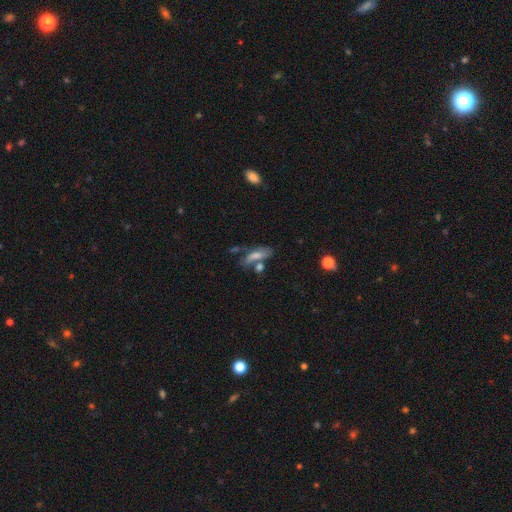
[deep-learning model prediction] Smooth or featured?
  - smooth: 56% *
  - featured or disk: 33%
  - star or artifact: 11%
How rounded?
  - in between: 50% *
  - cigar-shaped: 46%
  - round: 4%
Merging?
  - none: 45% *
  - merger: 25%
  - minor disturbance: 19%
  - major disturbance: 10%